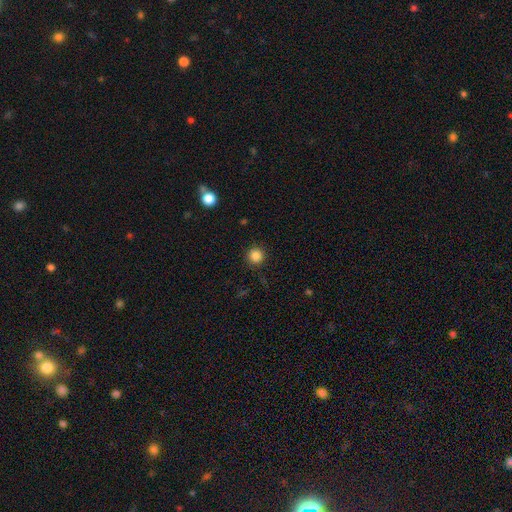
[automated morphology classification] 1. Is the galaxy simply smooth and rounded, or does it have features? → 85% smooth, 11% star or artifact, 4% featured or disk.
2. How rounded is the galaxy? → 95% round, 4% in between, 1% cigar-shaped.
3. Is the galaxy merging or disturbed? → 90% none, 7% minor disturbance, 2% major disturbance, 1% merger.